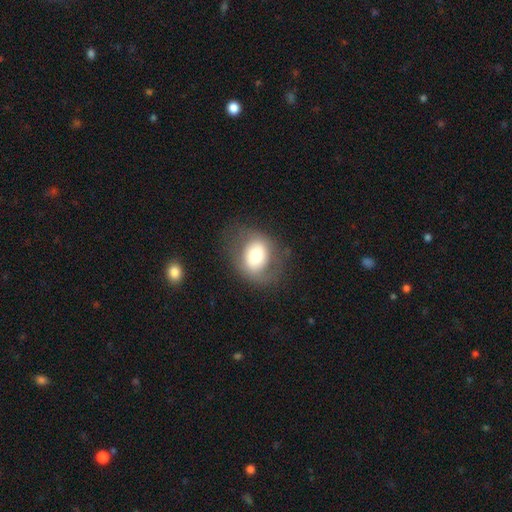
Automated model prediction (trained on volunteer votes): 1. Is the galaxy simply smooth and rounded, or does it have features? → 58% smooth, 33% featured or disk, 9% star or artifact.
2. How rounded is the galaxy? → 53% round, 46% in between, 1% cigar-shaped.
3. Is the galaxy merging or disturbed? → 67% none, 18% minor disturbance, 13% major disturbance, 2% merger.